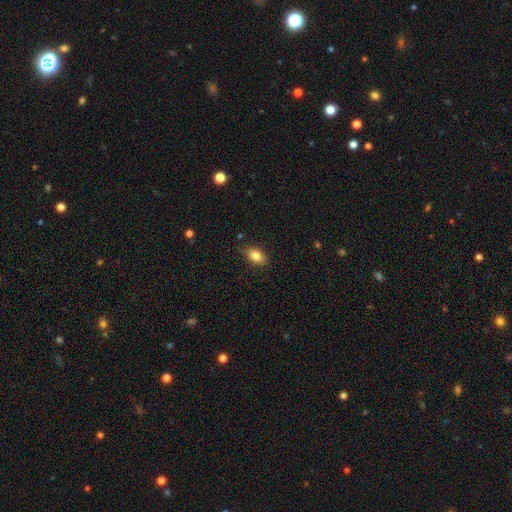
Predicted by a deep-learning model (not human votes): The model was most divided on "merging": none: 81%, minor disturbance: 15%, major disturbance: 3%, merger: 1%. More confident: how rounded — in between (88%); smooth or featured — smooth (84%).